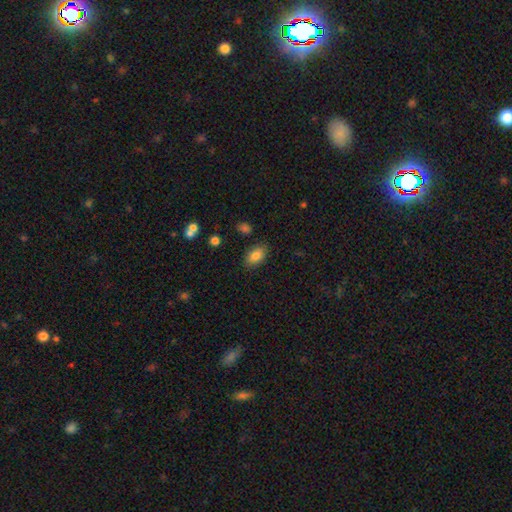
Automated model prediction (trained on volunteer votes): The model was most divided on "merging": none: 84%, minor disturbance: 11%, major disturbance: 3%, merger: 2%. More confident: how rounded — in between (90%); smooth or featured — smooth (85%).